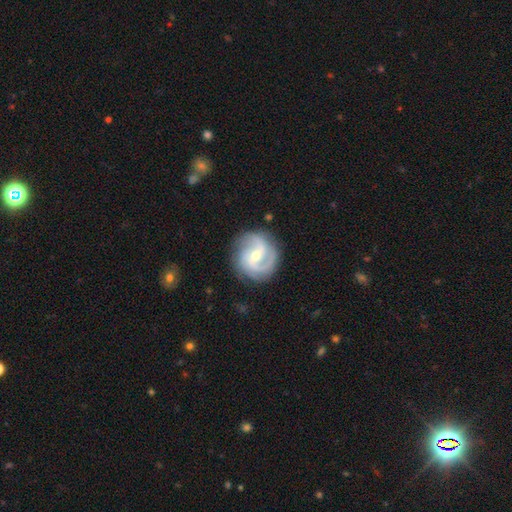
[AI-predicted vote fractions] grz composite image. It shows a featured or disk galaxy (89%) with a weak bar (49%), 2 (48%) medium (51%) spiral arms (98%) and a small central bulge (49%). Merging: none (82%).